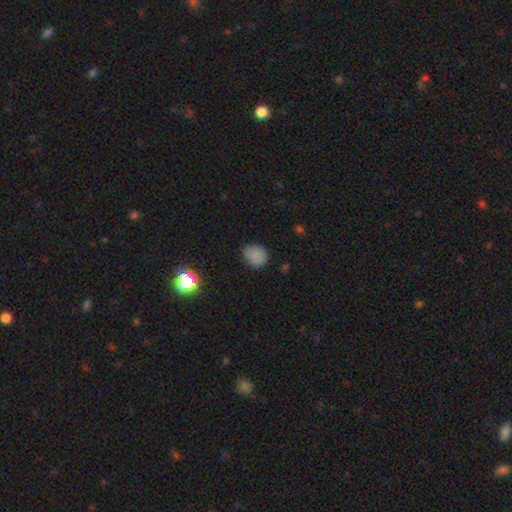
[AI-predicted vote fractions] This is clearly a smooth galaxy (81%). How rounded: likely round (61%). Merging: likely none (79%).